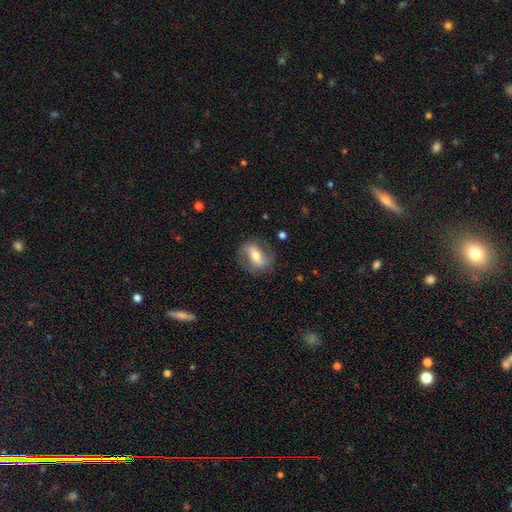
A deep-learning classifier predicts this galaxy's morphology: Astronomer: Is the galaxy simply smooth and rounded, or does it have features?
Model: featured or disk — 58% (runner-up: smooth, 35%).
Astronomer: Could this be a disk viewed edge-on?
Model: no — 89%.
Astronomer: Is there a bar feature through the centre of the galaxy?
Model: strong — 49% (runner-up: weak, 30%).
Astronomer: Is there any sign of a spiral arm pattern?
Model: yes — 69%.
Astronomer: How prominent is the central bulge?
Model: moderate — 64%.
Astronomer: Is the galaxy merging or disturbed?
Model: none — 78%.